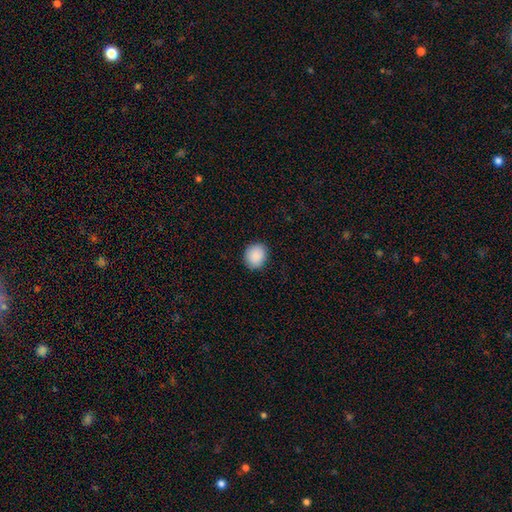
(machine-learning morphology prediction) This is clearly a smooth galaxy (90%). How rounded: likely round (67%). Merging: clearly none (88%).